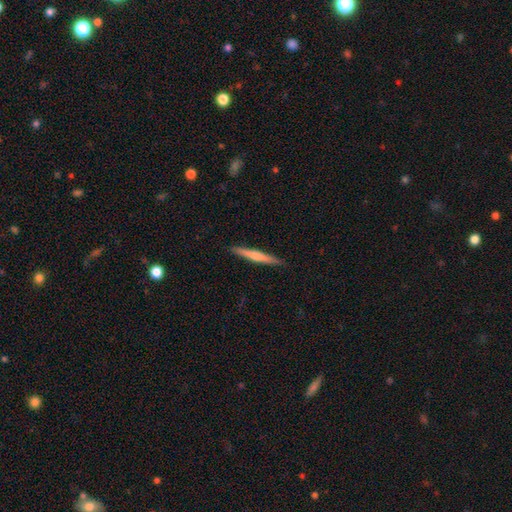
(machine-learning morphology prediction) Smooth or featured? smooth (55%)
How rounded? cigar-shaped (96%)
Merging? none (91%)